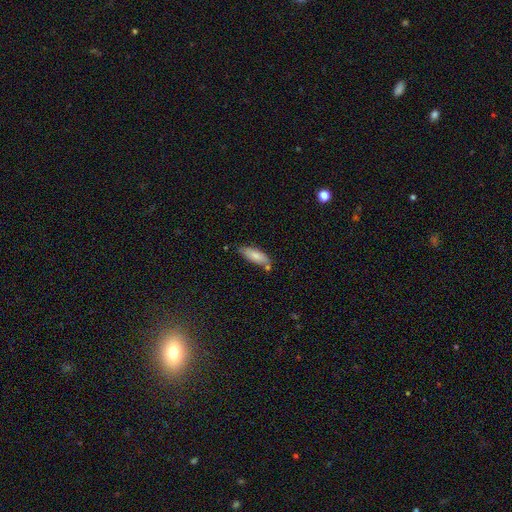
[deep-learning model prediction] A smooth galaxy with no disk features (79%) that is in between round and cigar-shaped (61%).

Vote fractions:
- Smooth or featured? smooth: 79% / featured or disk: 15% / star or artifact: 6%
- How rounded? in between: 61% / cigar-shaped: 38% / round: 2%
- Merging? none: 68% / minor disturbance: 19% / merger: 9% / major disturbance: 3%